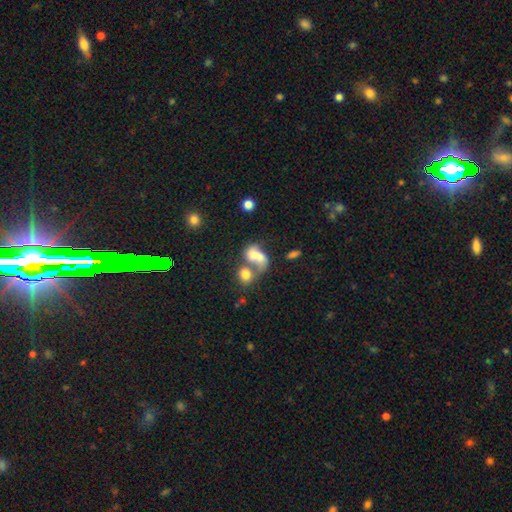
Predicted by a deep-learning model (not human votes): smooth 57%, featured or disk 31%, star or artifact 12%. Down the decision tree: how rounded — in between (66%); merging — merger (66%).